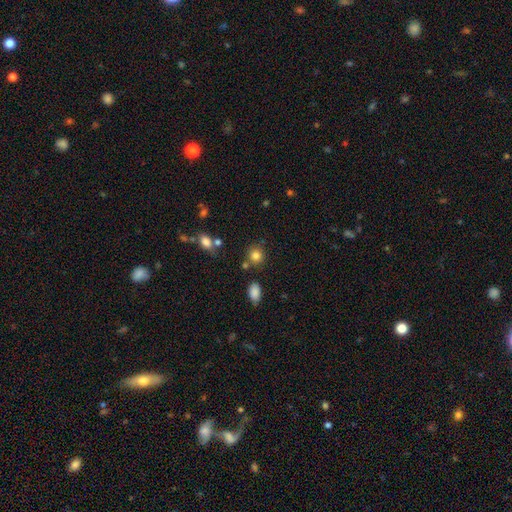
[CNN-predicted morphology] smooth 82%, star or artifact 12%, featured or disk 6%. Down the decision tree: how rounded — round (84%); merging — none (78%).